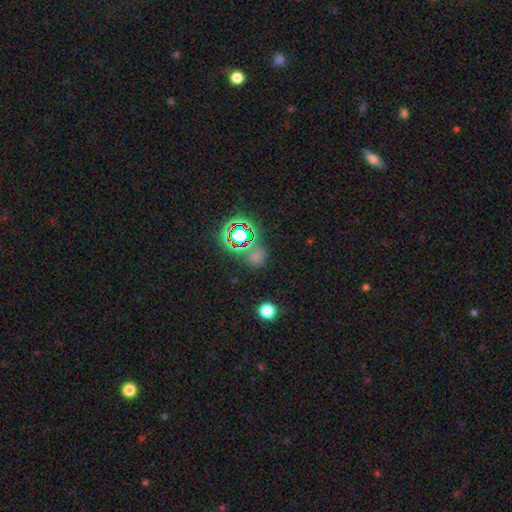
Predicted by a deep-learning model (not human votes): Smooth or featured?
  - smooth: 48% *
  - star or artifact: 44%
  - featured or disk: 8%
Merging?
  - none: 69% *
  - minor disturbance: 13%
  - merger: 10%
  - major disturbance: 8%